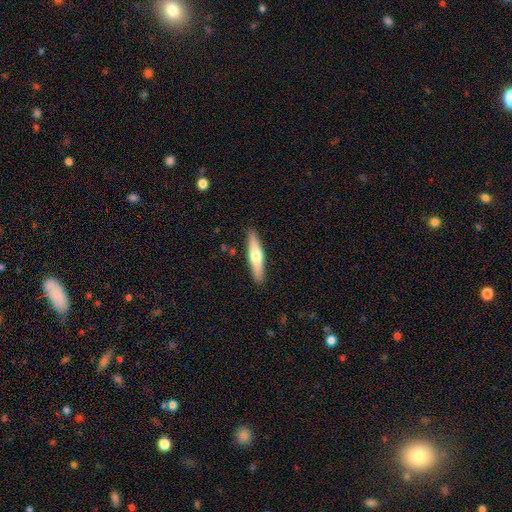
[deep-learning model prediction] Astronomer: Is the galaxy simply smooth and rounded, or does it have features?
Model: smooth — 49% (runner-up: featured or disk, 46%).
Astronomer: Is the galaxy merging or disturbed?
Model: none — 90%.